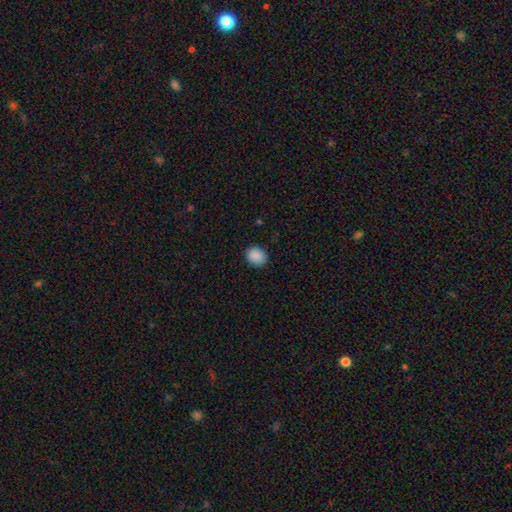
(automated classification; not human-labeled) A smooth galaxy with no disk features (89%) that is round (73%). Merging: none (89%).